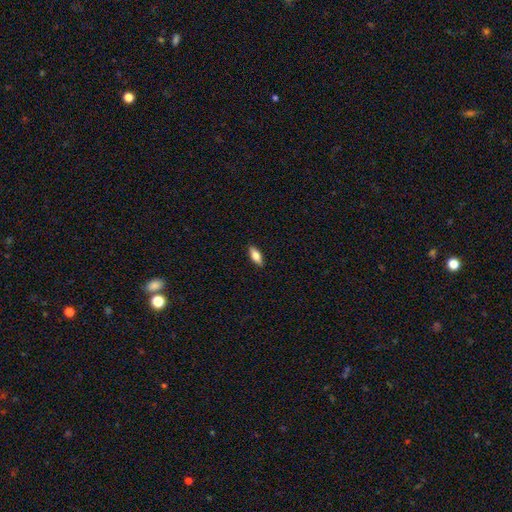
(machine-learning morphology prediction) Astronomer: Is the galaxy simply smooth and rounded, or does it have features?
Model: smooth — 75%.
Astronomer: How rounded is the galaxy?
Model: in between — 77%.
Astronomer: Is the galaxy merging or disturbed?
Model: none — 89%.